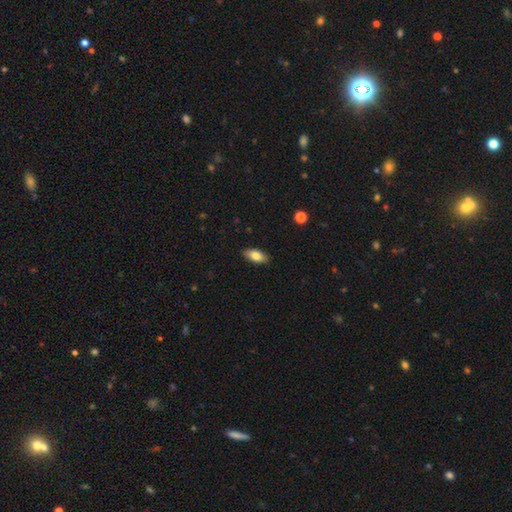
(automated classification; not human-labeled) Smooth or featured? Predicted: smooth (p=0.80). How rounded? Predicted: in between (p=0.87). Merging? Predicted: none (p=0.89).